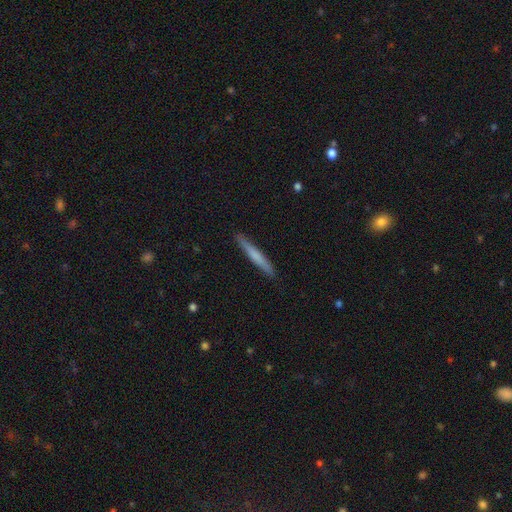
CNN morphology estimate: The model was most divided on "smooth or featured": smooth: 63%, featured or disk: 32%, star or artifact: 5%. More confident: how rounded — cigar-shaped (96%); merging — none (90%).